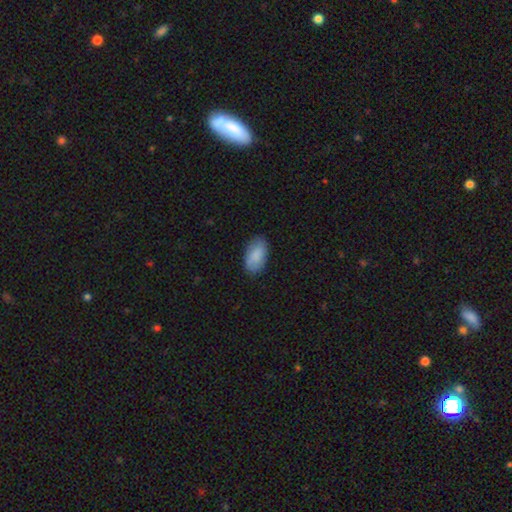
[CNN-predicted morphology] This appears to be a smooth galaxy with no disk features (87%) that is in between round and cigar-shaped (95%). Merging: none (85%).